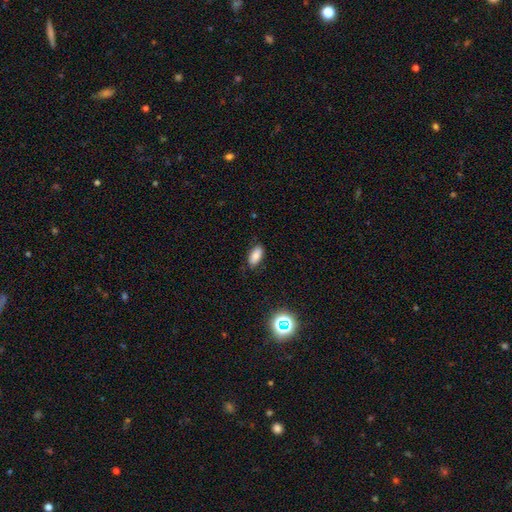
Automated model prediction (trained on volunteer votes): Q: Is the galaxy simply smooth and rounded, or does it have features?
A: smooth — 81%.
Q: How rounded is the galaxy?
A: in between — 90%.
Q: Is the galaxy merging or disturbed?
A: none — 84%.